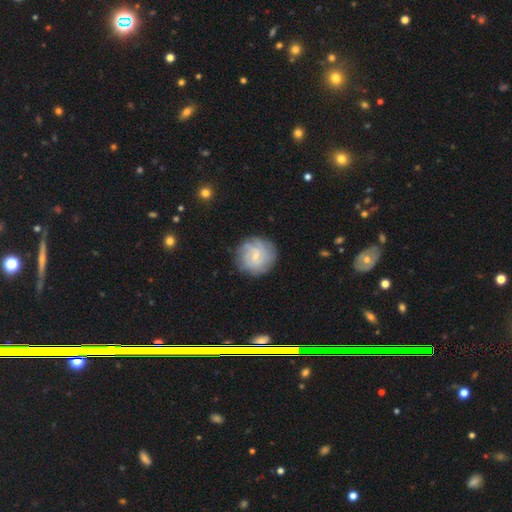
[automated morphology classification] Q: Smooth or featured?
A: featured or disk (63%); runner-up: smooth (30%)
Q: Edge-on disk?
A: no (98%); runner-up: yes (2%)
Q: Bar?
A: weak (47%); tied with: no (47%)
Q: Spiral arms?
A: yes (89%); runner-up: no (11%)
Q: Spiral winding?
A: tight (61%); runner-up: medium (29%)
Q: Spiral arm count?
A: can't tell (43%); runner-up: 2 (19%)
Q: Bulge size?
A: small (71%); runner-up: moderate (20%)
Q: Merging?
A: none (82%); runner-up: minor disturbance (13%)